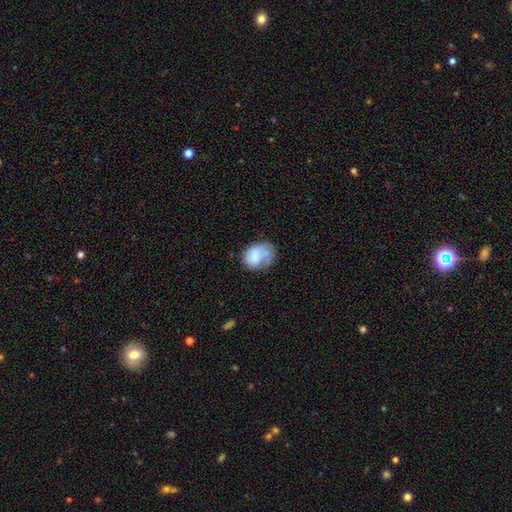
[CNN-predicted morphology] This is likely a smooth galaxy (63%). How rounded: possibly in between (56%). Merging: marginally none (42%).